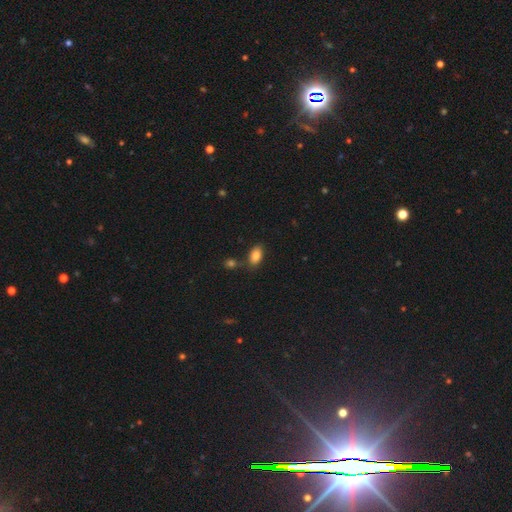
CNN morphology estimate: Smooth or featured? Predicted: smooth (p=0.85). How rounded? Predicted: in between (p=0.91). Merging? Predicted: none (p=0.75).